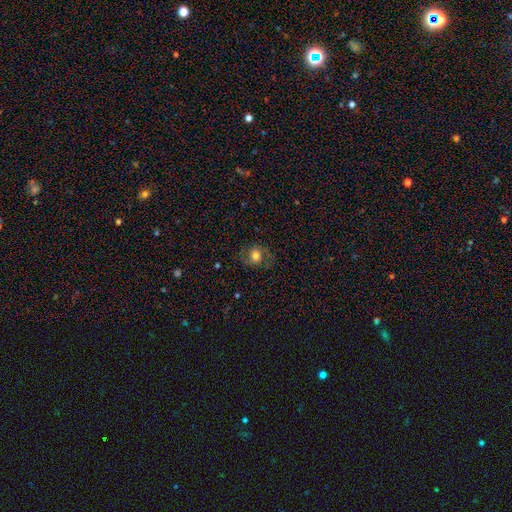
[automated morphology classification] Smooth or featured?
  - smooth: 52% *
  - featured or disk: 37%
  - star or artifact: 11%
How rounded?
  - round: 67% *
  - in between: 32%
  - cigar-shaped: 1%
Merging?
  - none: 73% *
  - minor disturbance: 16%
  - major disturbance: 10%
  - merger: 1%